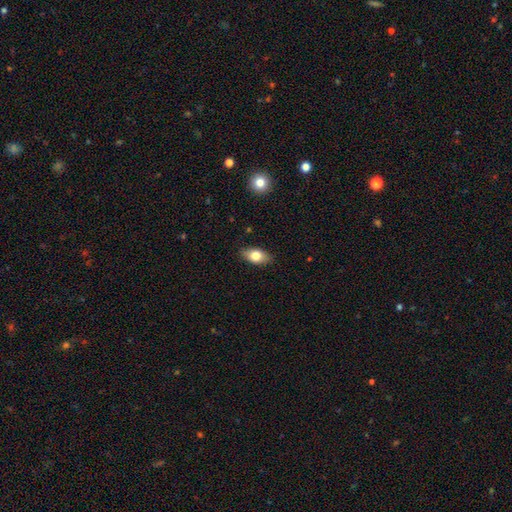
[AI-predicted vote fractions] Smooth or featured?
  - smooth: 77% *
  - featured or disk: 15%
  - star or artifact: 7%
How rounded?
  - in between: 89% *
  - round: 7%
  - cigar-shaped: 4%
Merging?
  - none: 87% *
  - minor disturbance: 10%
  - major disturbance: 2%
  - merger: 1%